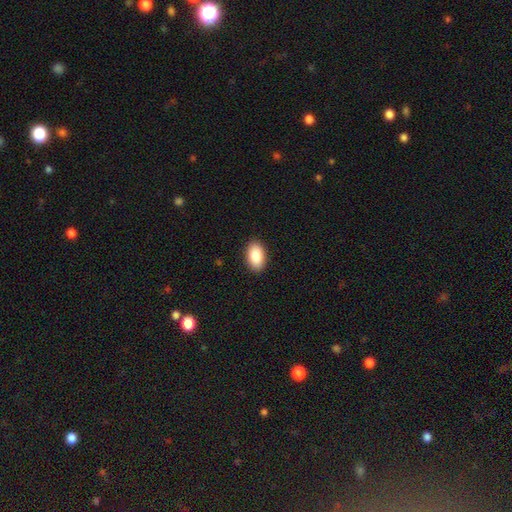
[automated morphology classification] A smooth galaxy with no disk features (88%) that is in between round and cigar-shaped (95%).

Vote fractions:
- Smooth or featured? smooth: 88% / star or artifact: 7% / featured or disk: 5%
- How rounded? in between: 95% / round: 4% / cigar-shaped: 2%
- Merging? none: 91% / minor disturbance: 7% / major disturbance: 2% / merger: 1%